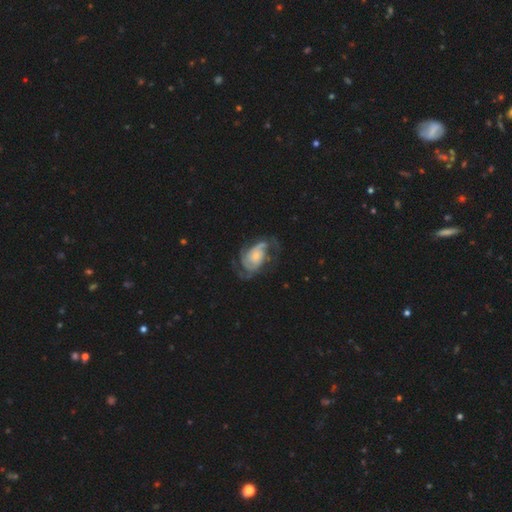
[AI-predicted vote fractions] Morphology: type=featured or disk (86%); edge-on=no (97%); bar=no (69%); spiral arms=yes (96%); winding=medium (46%); arm count=2 (47%); bulge=small (52%); merging=none (60%).